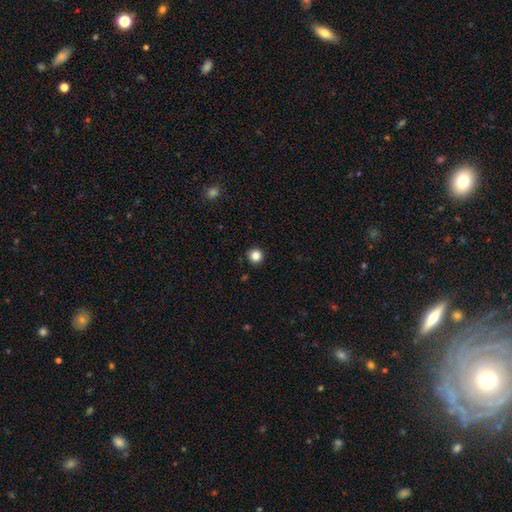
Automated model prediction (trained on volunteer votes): This appears to be a smooth galaxy with no disk features (84%) that is round (95%). Merging: none (93%).